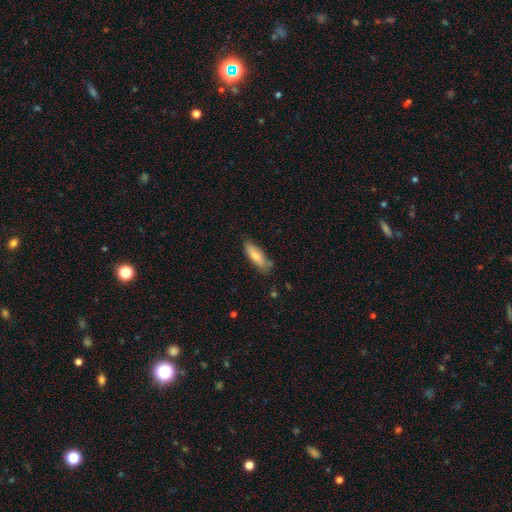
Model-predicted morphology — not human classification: The model was most divided on "how rounded": cigar-shaped: 50%, in between: 48%, round: 2%. More confident: smooth or featured — smooth (81%); merging — none (74%).